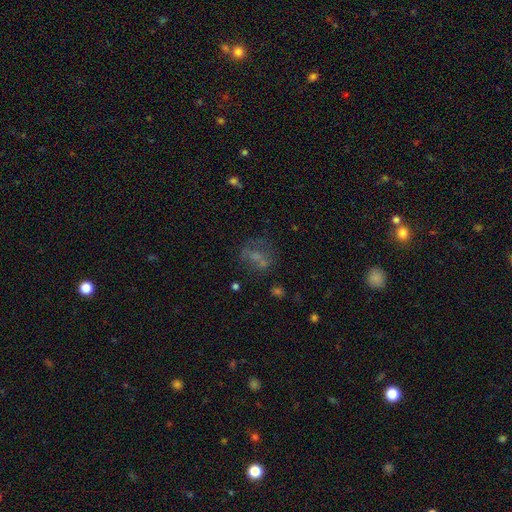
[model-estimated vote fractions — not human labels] Q: Smooth or featured?
A: smooth (45%); runner-up: featured or disk (32%)
Q: Merging?
A: none (41%); runner-up: major disturbance (24%)